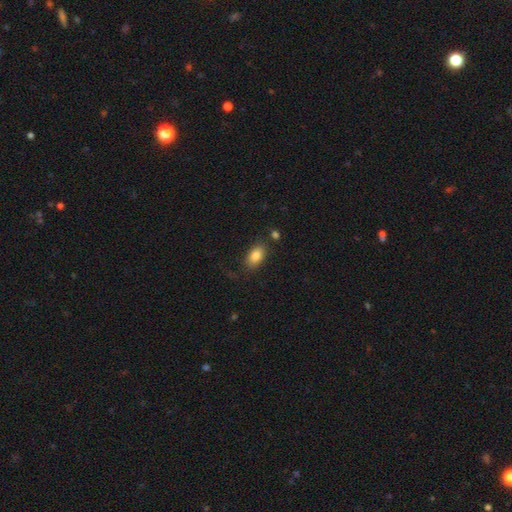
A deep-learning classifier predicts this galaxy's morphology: A smooth galaxy with no disk features (84%) that is in between round and cigar-shaped (89%).

Vote fractions:
- Smooth or featured? smooth: 84% / star or artifact: 8% / featured or disk: 7%
- How rounded? in between: 89% / round: 9% / cigar-shaped: 2%
- Merging? none: 77% / minor disturbance: 14% / major disturbance: 5% / merger: 4%